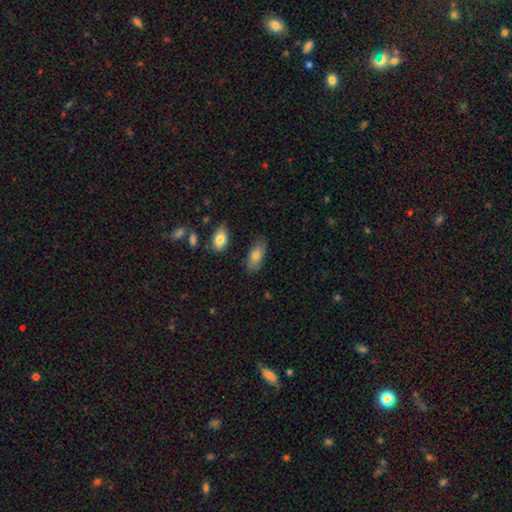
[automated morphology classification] type=smooth (79%); roundness=in between (86%); merging=none (79%).